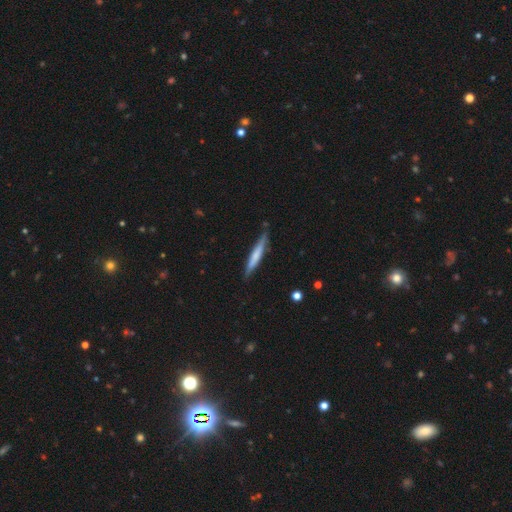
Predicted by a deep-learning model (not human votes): smooth_or_featured: smooth (p=0.58) [alt: featured or disk p=0.36]
how_rounded: cigar-shaped (p=0.95) [alt: in between p=0.04]
merging: none (p=0.83) [alt: minor disturbance p=0.13]